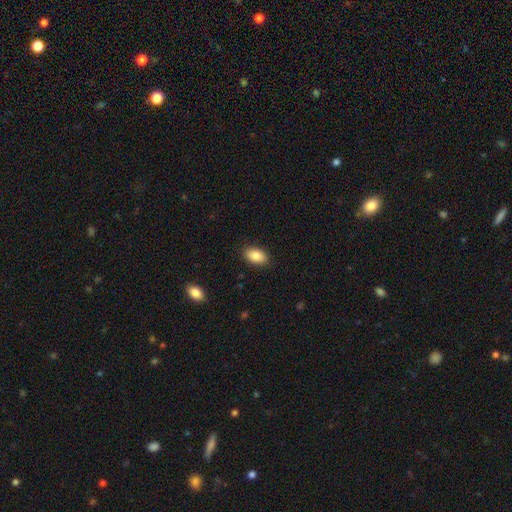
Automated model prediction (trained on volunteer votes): Smooth or featured?
  - smooth: 85% *
  - featured or disk: 7%
  - star or artifact: 7%
How rounded?
  - in between: 92% *
  - round: 6%
  - cigar-shaped: 2%
Merging?
  - none: 88% *
  - minor disturbance: 9%
  - major disturbance: 2%
  - merger: 1%